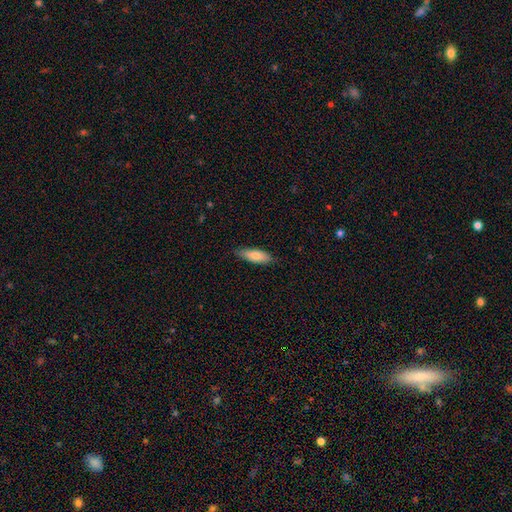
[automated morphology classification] Q: Smooth or featured?
A: smooth (80%); runner-up: featured or disk (14%)
Q: How rounded?
A: in between (57%); runner-up: cigar-shaped (41%)
Q: Merging?
A: none (82%); runner-up: minor disturbance (15%)